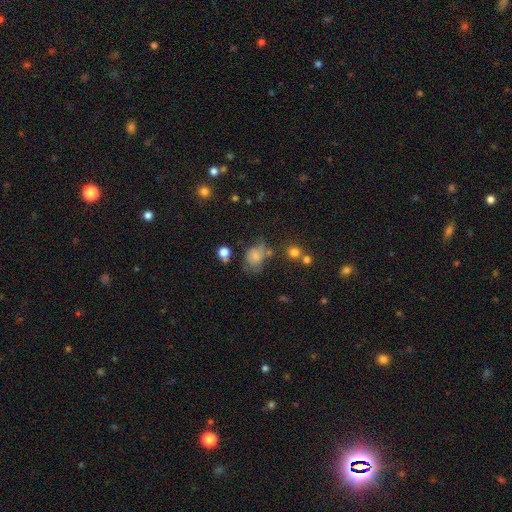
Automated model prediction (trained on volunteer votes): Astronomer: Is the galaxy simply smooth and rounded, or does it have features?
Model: smooth — 64%.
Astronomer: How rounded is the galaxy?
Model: in between — 53% (runner-up: round, 46%).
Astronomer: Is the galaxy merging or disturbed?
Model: none — 39% (runner-up: minor disturbance, 30%).